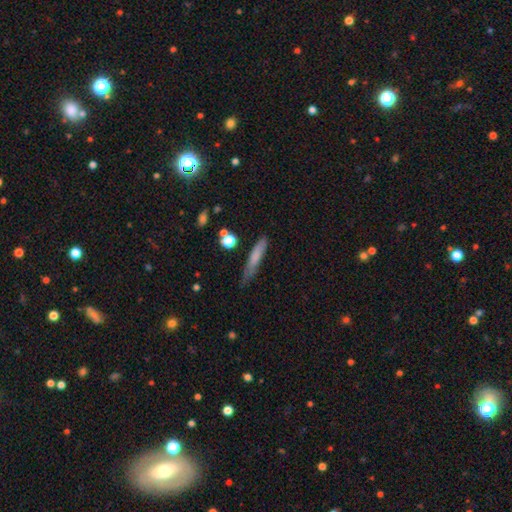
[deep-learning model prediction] Overall: smooth (70%). How rounded: cigar-shaped (88%). Merging: none (62%; minor disturbance 27%).